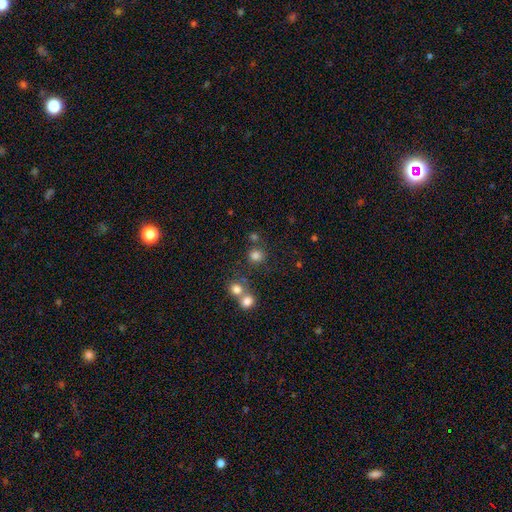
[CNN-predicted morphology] Q: Smooth or featured?
A: smooth (78%); runner-up: star or artifact (15%)
Q: How rounded?
A: round (89%); runner-up: in between (10%)
Q: Merging?
A: none (70%); runner-up: merger (18%)